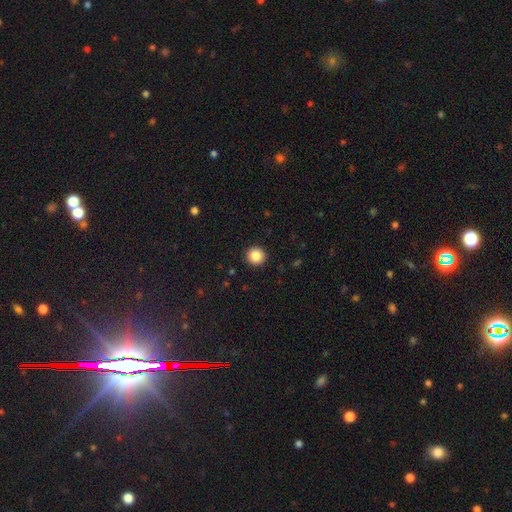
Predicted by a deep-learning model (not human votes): smooth 86%, star or artifact 9%, featured or disk 4%. Down the decision tree: how rounded — round (94%); merging — none (93%).